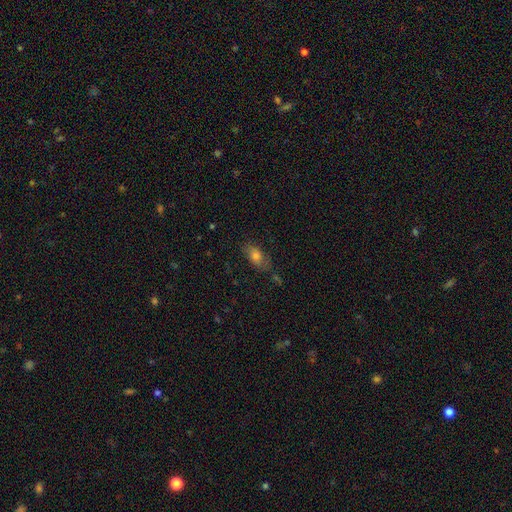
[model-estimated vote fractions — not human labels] This is likely a smooth galaxy (63%). How rounded: clearly in between (81%). Merging: likely none (66%).